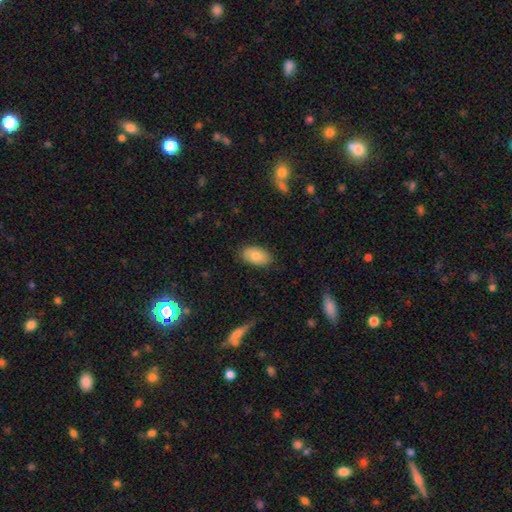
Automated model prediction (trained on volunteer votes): Morphology: type=smooth (80%); roundness=in between (94%); merging=none (85%).